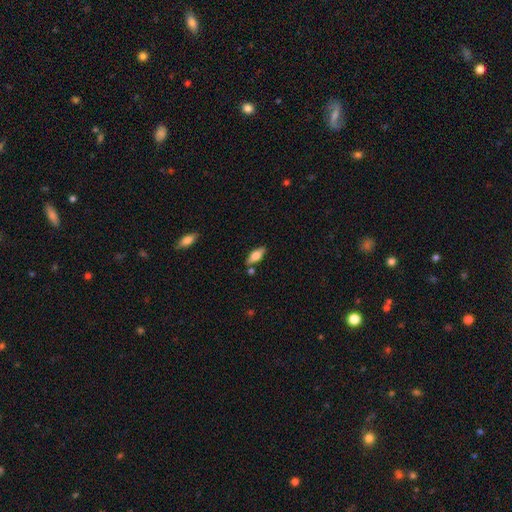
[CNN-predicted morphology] This appears to be a smooth galaxy with no disk features (62%) that is in between round and cigar-shaped (72%). Merging: none (79%).